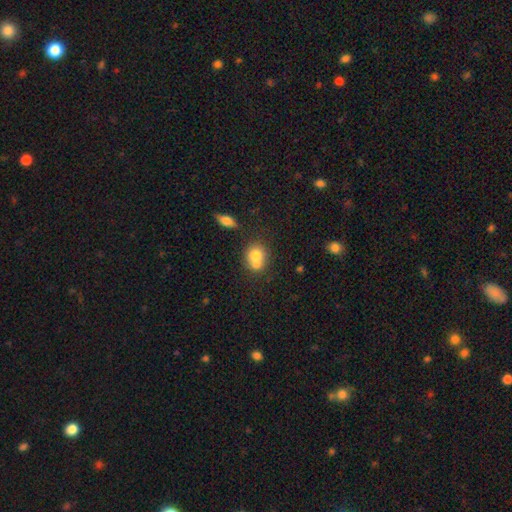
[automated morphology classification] Smooth or featured? Predicted: smooth (p=0.71). How rounded? Predicted: round (p=0.70). Merging? Predicted: merger (p=0.54).